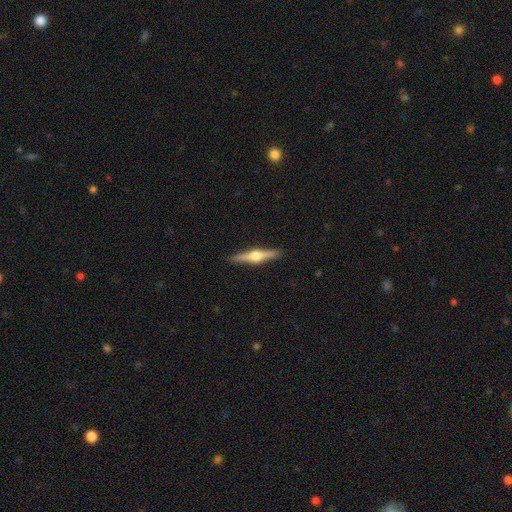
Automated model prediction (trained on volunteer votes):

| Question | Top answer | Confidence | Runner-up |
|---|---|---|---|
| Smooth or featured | featured or disk | 74% | smooth (21%) |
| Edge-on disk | yes | 98% | no (2%) |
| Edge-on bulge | rounded | 95% | boxy (4%) |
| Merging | none | 91% | minor disturbance (6%) |